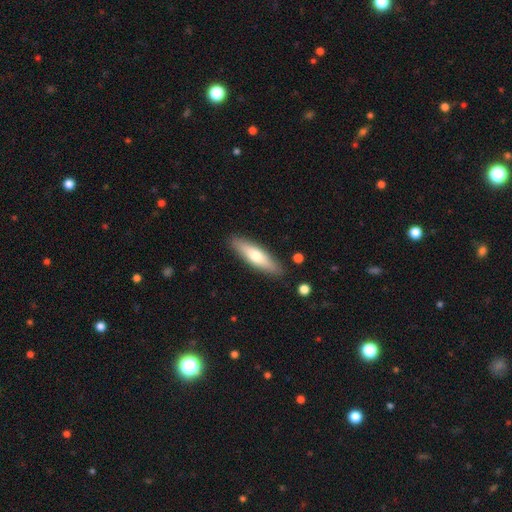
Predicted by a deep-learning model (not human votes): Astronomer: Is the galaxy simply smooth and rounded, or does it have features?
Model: smooth — 61%.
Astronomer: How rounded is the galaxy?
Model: cigar-shaped — 69%.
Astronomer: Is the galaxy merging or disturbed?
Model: none — 87%.